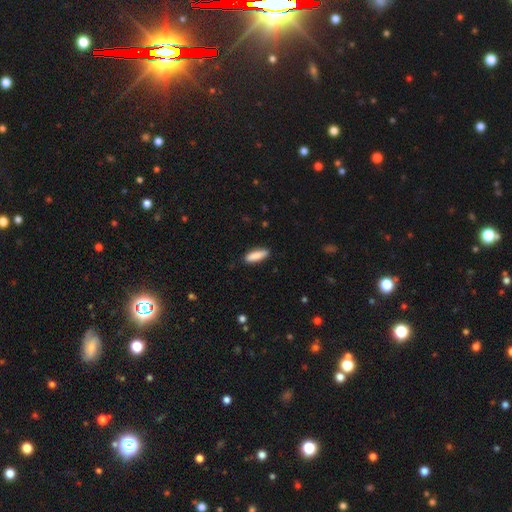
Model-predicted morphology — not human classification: smooth_or_featured: smooth (p=0.88) [alt: featured or disk p=0.06]
how_rounded: cigar-shaped (p=0.50) [alt: in between p=0.48]
merging: none (p=0.88) [alt: minor disturbance p=0.09]